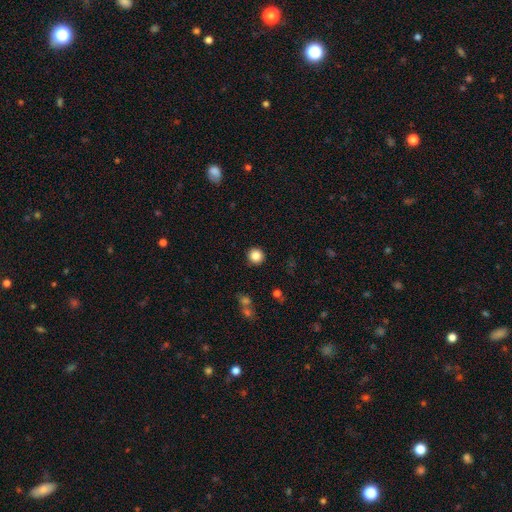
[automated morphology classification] Q: Smooth or featured?
A: smooth (86%); runner-up: star or artifact (10%)
Q: How rounded?
A: round (94%); runner-up: in between (5%)
Q: Merging?
A: none (92%); runner-up: minor disturbance (5%)